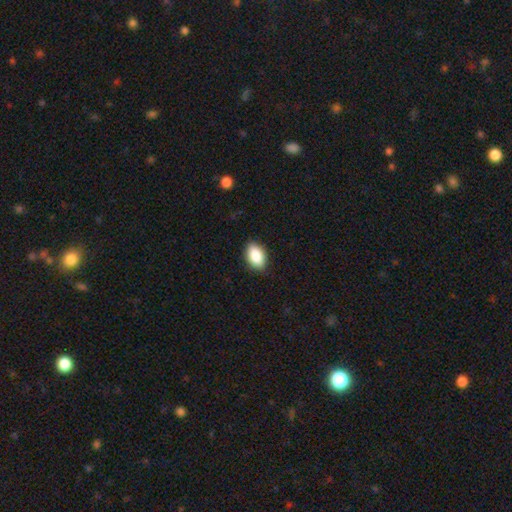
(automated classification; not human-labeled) A smooth galaxy with no disk features (88%) that is in between round and cigar-shaped (90%). Merging: none (87%).